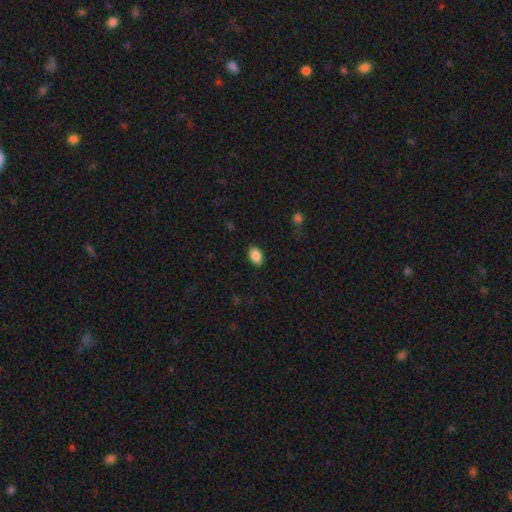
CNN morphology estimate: This is clearly a smooth galaxy (87%). How rounded: clearly in between (84%). Merging: clearly none (87%).